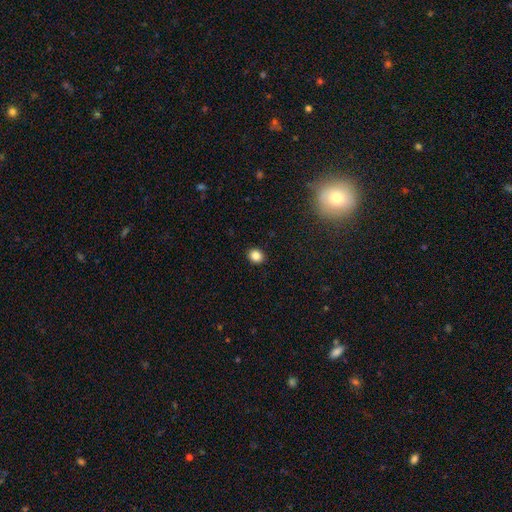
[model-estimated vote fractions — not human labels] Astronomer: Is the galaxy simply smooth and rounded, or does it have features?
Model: smooth — 85%.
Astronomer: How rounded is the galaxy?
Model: round — 72%.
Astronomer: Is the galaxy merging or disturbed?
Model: none — 92%.